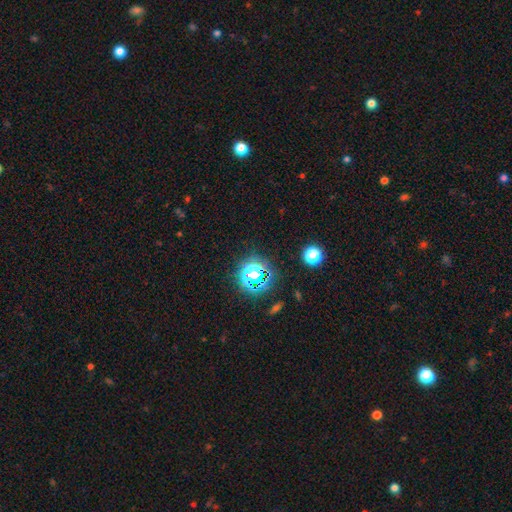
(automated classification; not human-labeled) Smooth or featured? Predicted: star or artifact (p=0.78).